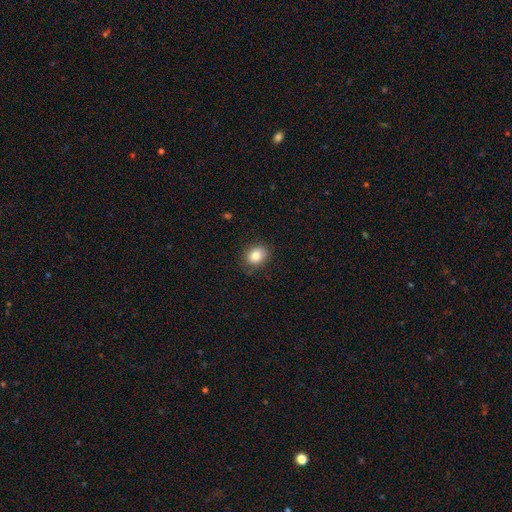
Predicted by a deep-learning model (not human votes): A smooth galaxy with no disk features (84%) that is round (54%).

Vote fractions:
- Smooth or featured? smooth: 84% / star or artifact: 10% / featured or disk: 6%
- How rounded? round: 54% / in between: 45% / cigar-shaped: 1%
- Merging? none: 83% / minor disturbance: 13% / major disturbance: 3% / merger: 1%